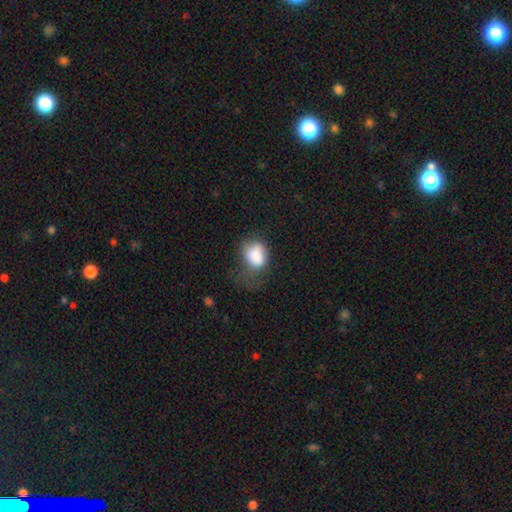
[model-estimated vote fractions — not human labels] A smooth galaxy with no disk features (83%) that is in between round and cigar-shaped (59%). Merging: none (33%).